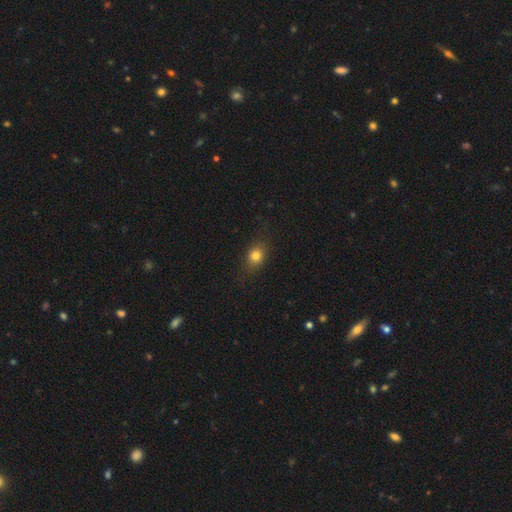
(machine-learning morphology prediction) Smooth or featured?
  - smooth: 78% *
  - star or artifact: 11%
  - featured or disk: 10%
How rounded?
  - in between: 56% *
  - round: 40%
  - cigar-shaped: 4%
Merging?
  - none: 81% *
  - minor disturbance: 14%
  - major disturbance: 4%
  - merger: 1%